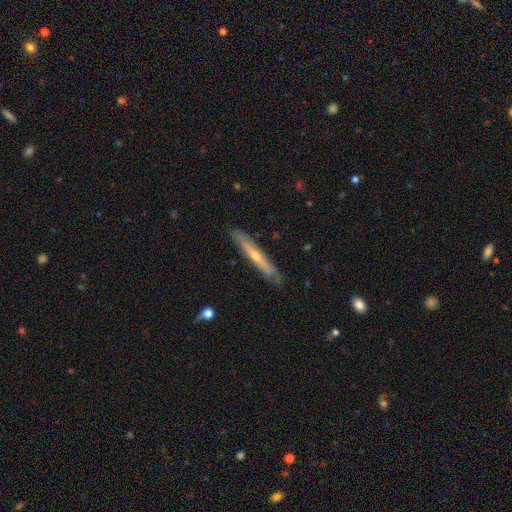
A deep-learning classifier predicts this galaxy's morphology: A featured or disk galaxy (59%) viewed edge-on (89%) with a rounded central bulge (69%). Merging: none (84%).